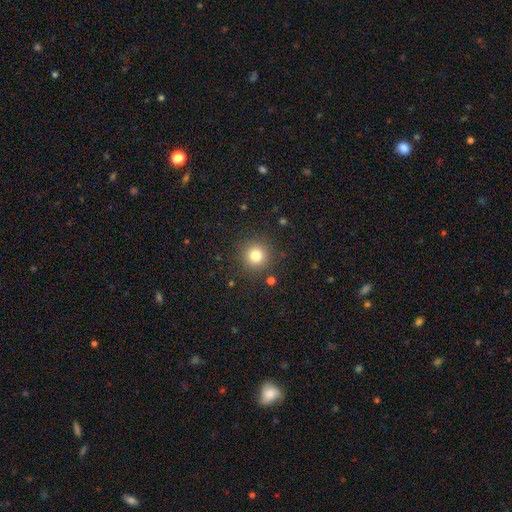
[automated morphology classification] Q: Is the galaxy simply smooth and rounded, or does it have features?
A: smooth — 80%.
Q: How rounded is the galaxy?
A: round — 95%.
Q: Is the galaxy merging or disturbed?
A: none — 89%.